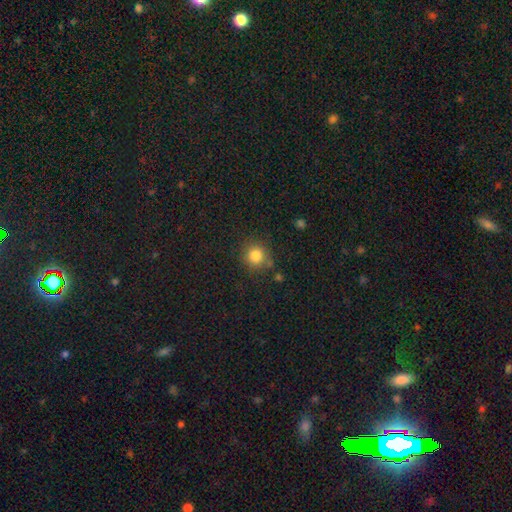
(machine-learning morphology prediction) This is clearly a smooth galaxy (82%). How rounded: clearly round (91%). Merging: clearly none (80%).